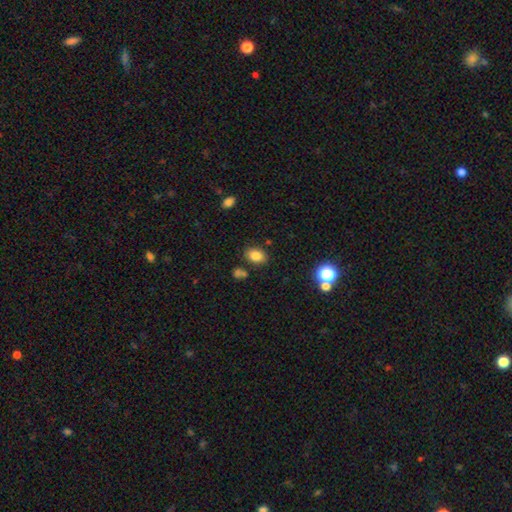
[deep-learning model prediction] Smooth or featured: smooth — 83% (star or artifact — 11%)
How rounded: in between — 77% (round — 22%)
Merging: none — 79% (minor disturbance — 11%)